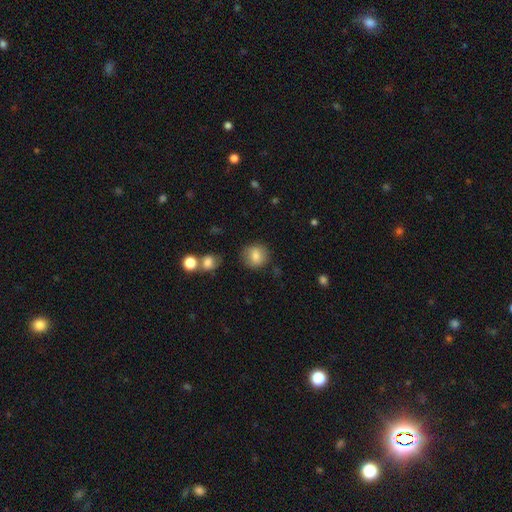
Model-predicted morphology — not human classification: This is likely a smooth galaxy (79%). How rounded: clearly round (82%). Merging: clearly none (81%).